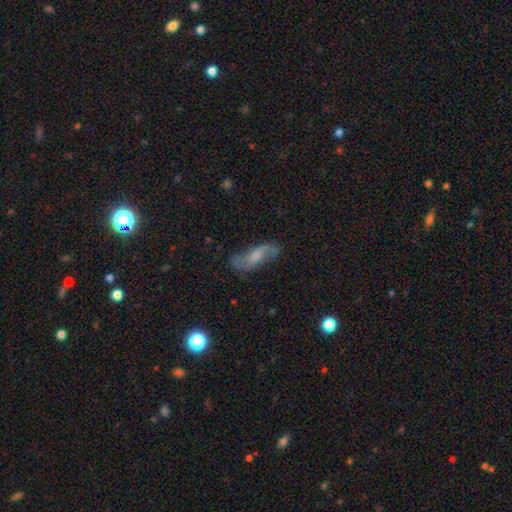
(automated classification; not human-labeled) Smooth or featured? Predicted: featured or disk (p=0.62). Edge-on disk? Predicted: no (p=0.87). Bar? Predicted: no (p=0.46). Spiral arms? Predicted: yes (p=0.88). Bulge size? Predicted: moderate (p=0.40). Merging? Predicted: none (p=0.69).